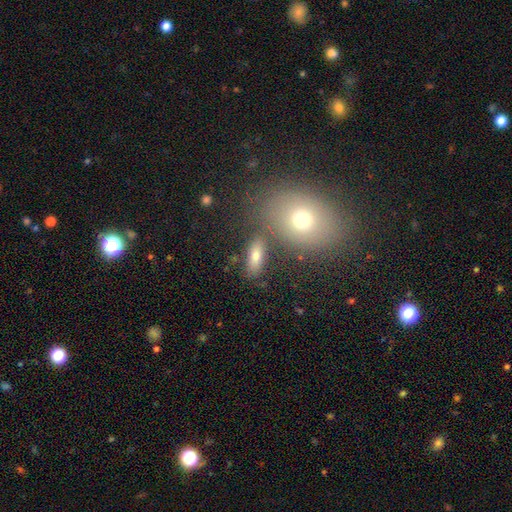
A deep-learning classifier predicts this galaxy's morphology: A smooth galaxy with no disk features (67%) that is in between round and cigar-shaped (77%). Merging: none (70%).